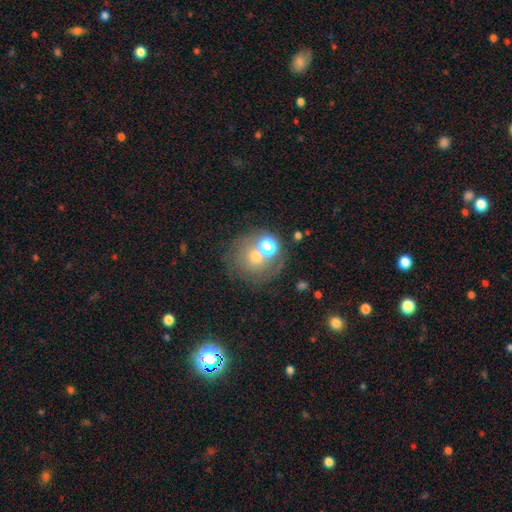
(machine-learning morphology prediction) Smooth or featured? Predicted: smooth (p=0.56). How rounded? Predicted: round (p=0.84). Merging? Predicted: none (p=0.52).